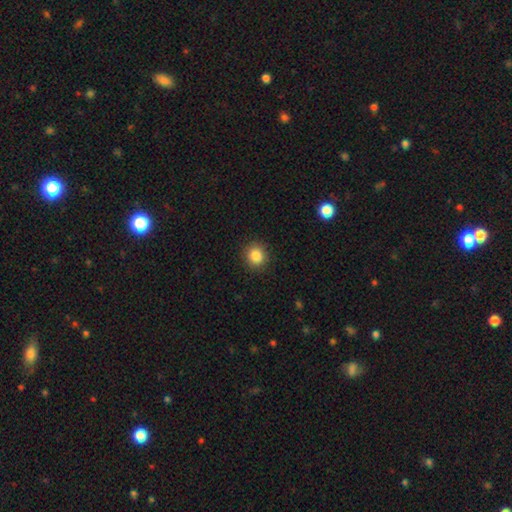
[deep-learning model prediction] Smooth or featured? Predicted: smooth (p=0.86). How rounded? Predicted: round (p=0.84). Merging? Predicted: none (p=0.90).